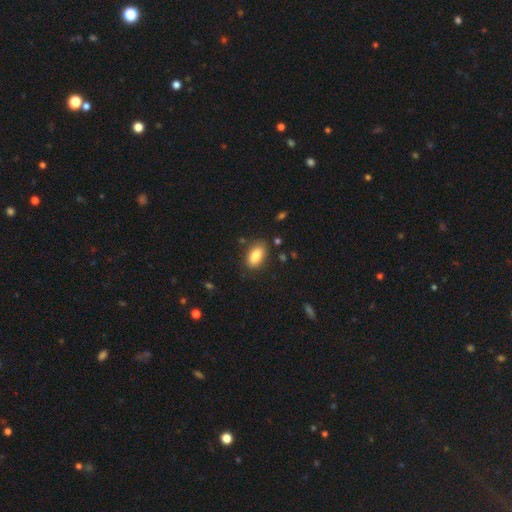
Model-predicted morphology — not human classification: type=smooth (86%); roundness=in between (91%); merging=none (83%).